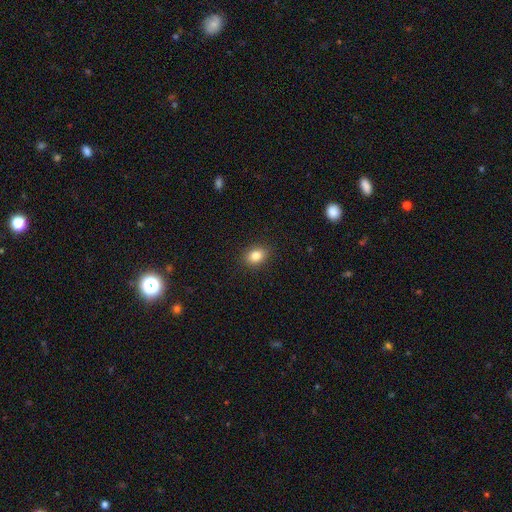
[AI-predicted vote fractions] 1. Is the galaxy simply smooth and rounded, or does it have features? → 84% smooth, 10% star or artifact, 6% featured or disk.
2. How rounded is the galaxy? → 60% in between, 39% round, 1% cigar-shaped.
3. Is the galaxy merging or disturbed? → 90% none, 7% minor disturbance, 2% major disturbance, 1% merger.